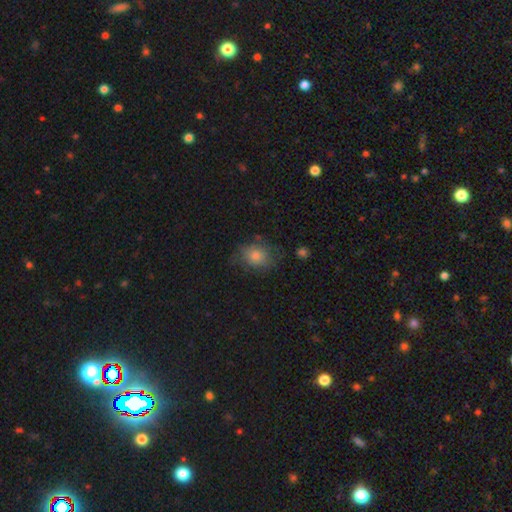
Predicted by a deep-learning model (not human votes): Smooth or featured?
  - smooth: 74% *
  - featured or disk: 14%
  - star or artifact: 12%
How rounded?
  - in between: 51% *
  - round: 47%
  - cigar-shaped: 1%
Merging?
  - none: 66% *
  - minor disturbance: 23%
  - major disturbance: 9%
  - merger: 2%